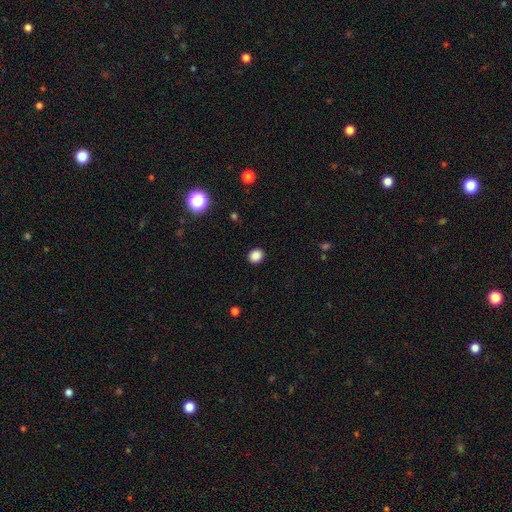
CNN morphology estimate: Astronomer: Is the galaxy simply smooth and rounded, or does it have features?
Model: smooth — 87%.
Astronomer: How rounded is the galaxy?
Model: round — 71%.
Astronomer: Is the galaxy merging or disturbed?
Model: none — 91%.